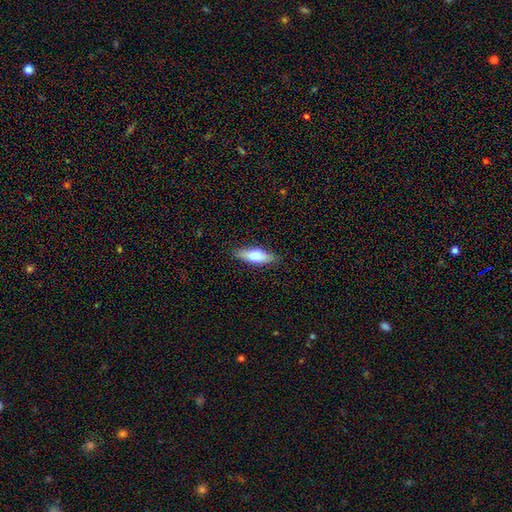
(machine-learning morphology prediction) smooth 69%, featured or disk 25%, star or artifact 6%. Down the decision tree: how rounded — in between (55%); merging — none (86%).